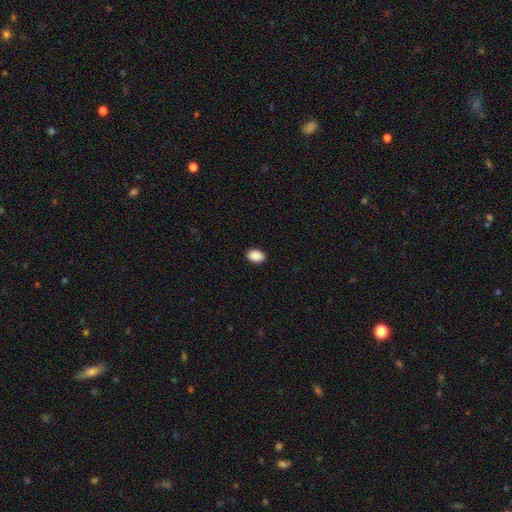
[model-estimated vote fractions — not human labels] smooth-or-featured: smooth: 91% | star or artifact: 7% | featured or disk: 2%
  how-rounded: in between: 87% | round: 12% | cigar-shaped: 1%
  merging: none: 91% | minor disturbance: 7% | major disturbance: 2% | merger: 1%